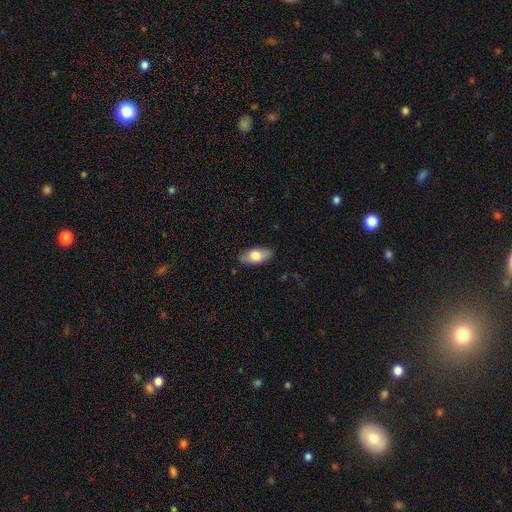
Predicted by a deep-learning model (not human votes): This is likely a smooth galaxy (73%). How rounded: clearly in between (88%). Merging: clearly none (83%).